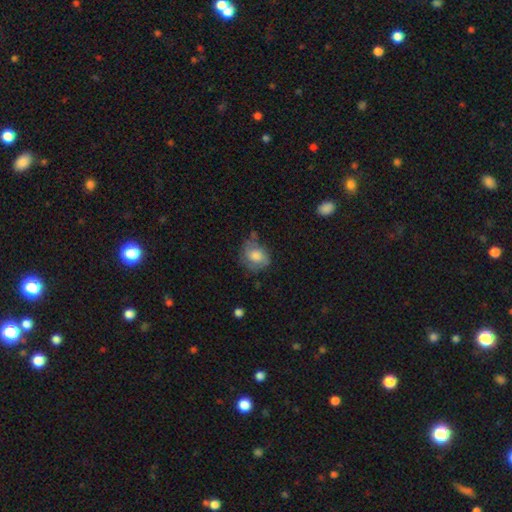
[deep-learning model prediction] Q: Smooth or featured?
A: smooth (60%); runner-up: featured or disk (32%)
Q: How rounded?
A: round (54%); runner-up: in between (45%)
Q: Merging?
A: none (51%); runner-up: minor disturbance (31%)